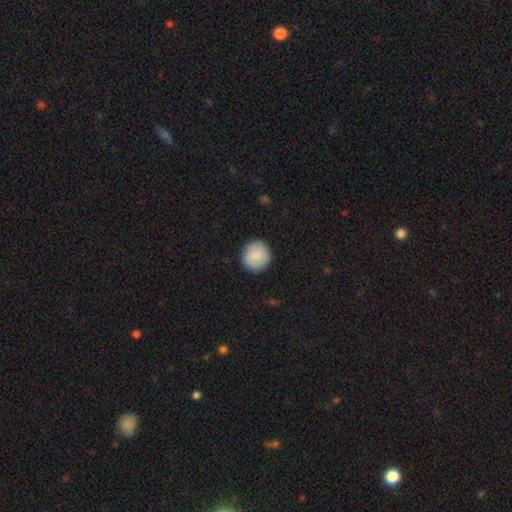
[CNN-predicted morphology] A smooth galaxy with no disk features (88%) that is round (91%).

Vote fractions:
- Smooth or featured? smooth: 88% / star or artifact: 6% / featured or disk: 6%
- How rounded? round: 91% / in between: 8% / cigar-shaped: 1%
- Merging? none: 90% / minor disturbance: 7% / major disturbance: 2% / merger: 1%